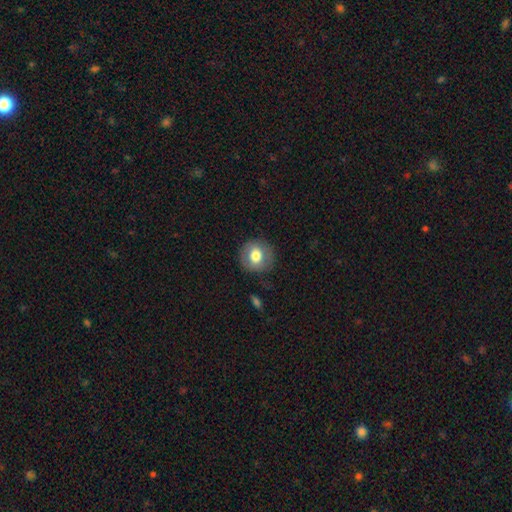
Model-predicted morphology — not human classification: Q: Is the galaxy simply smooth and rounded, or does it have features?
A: smooth — 69%.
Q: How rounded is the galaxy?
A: round — 87%.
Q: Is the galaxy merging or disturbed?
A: none — 85%.